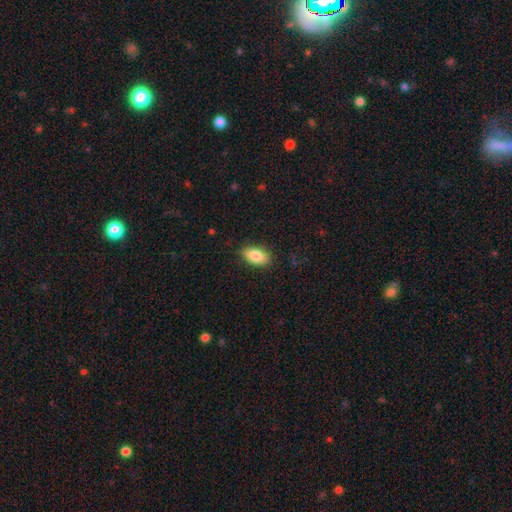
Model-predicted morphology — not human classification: A smooth galaxy with no disk features (85%) that is in between round and cigar-shaped (91%).

Vote fractions:
- Smooth or featured? smooth: 85% / featured or disk: 8% / star or artifact: 7%
- How rounded? in between: 91% / cigar-shaped: 5% / round: 4%
- Merging? none: 86% / minor disturbance: 10% / major disturbance: 2% / merger: 1%